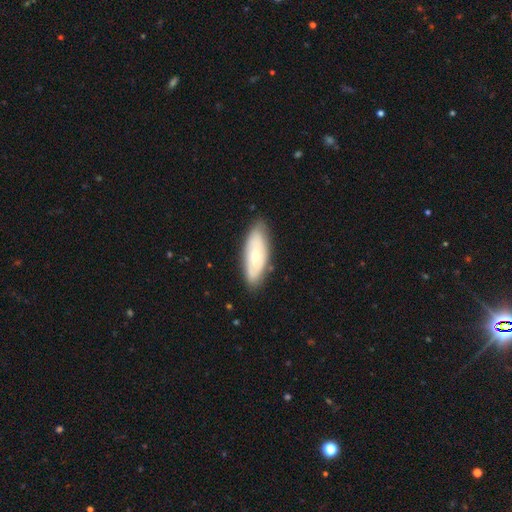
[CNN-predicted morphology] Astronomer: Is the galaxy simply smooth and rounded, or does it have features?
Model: smooth — 55% (runner-up: featured or disk, 39%).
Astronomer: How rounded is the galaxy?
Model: in between — 70%.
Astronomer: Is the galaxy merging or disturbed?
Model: none — 80%.